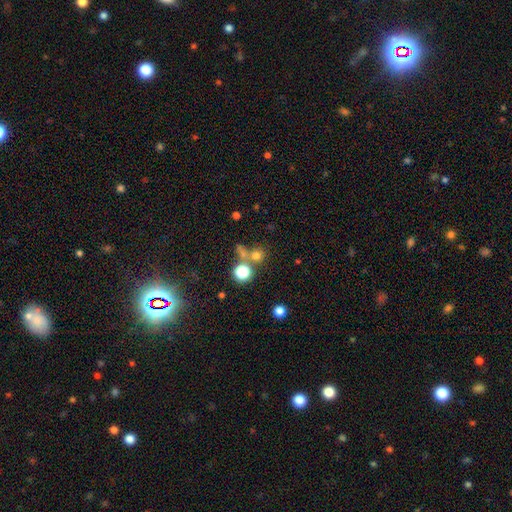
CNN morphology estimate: smooth_or_featured: smooth (p=0.67) [alt: star or artifact p=0.24]
how_rounded: round (p=0.89) [alt: in between p=0.10]
merging: none (p=0.62) [alt: merger p=0.26]